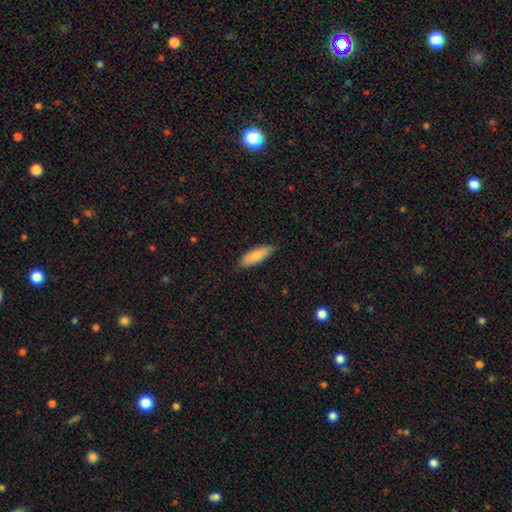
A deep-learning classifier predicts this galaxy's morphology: smooth_or_featured: smooth (p=0.83) [alt: featured or disk p=0.12]
how_rounded: in between (p=0.59) [alt: cigar-shaped p=0.40]
merging: none (p=0.85) [alt: minor disturbance p=0.12]